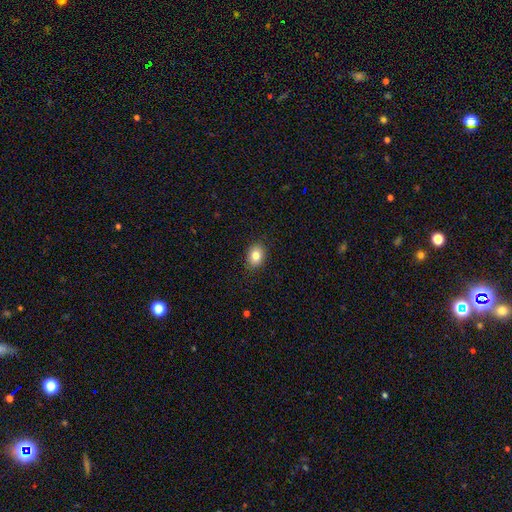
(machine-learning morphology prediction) A smooth galaxy with no disk features (83%) that is in between round and cigar-shaped (67%).

Vote fractions:
- Smooth or featured? smooth: 83% / star or artifact: 9% / featured or disk: 9%
- How rounded? in between: 67% / round: 33% / cigar-shaped: 1%
- Merging? none: 88% / minor disturbance: 9% / major disturbance: 2% / merger: 1%